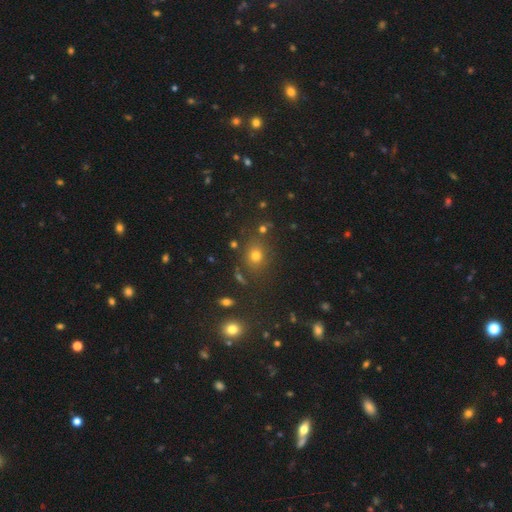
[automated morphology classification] Overall: smooth (66%). How rounded: round (71%). Merging: none (81%).